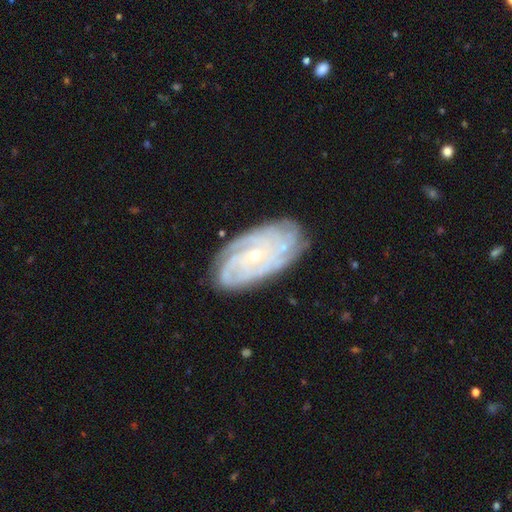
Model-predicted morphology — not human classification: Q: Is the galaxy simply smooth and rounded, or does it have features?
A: featured or disk — 84%.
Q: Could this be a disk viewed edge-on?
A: no — 95%.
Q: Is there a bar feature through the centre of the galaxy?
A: no — 76%.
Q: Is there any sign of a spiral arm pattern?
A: yes — 96%.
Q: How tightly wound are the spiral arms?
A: tight — 76%.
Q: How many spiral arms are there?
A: can't tell — 33%.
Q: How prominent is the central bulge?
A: small — 78%.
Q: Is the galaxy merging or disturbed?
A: none — 79%.